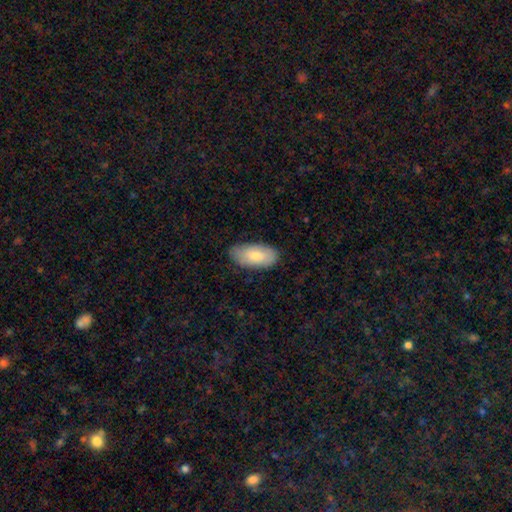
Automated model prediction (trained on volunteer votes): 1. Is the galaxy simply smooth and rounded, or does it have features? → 75% smooth, 19% featured or disk, 6% star or artifact.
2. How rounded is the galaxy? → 94% in between, 4% cigar-shaped, 2% round.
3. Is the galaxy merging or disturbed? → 79% none, 17% minor disturbance, 3% major disturbance, 1% merger.